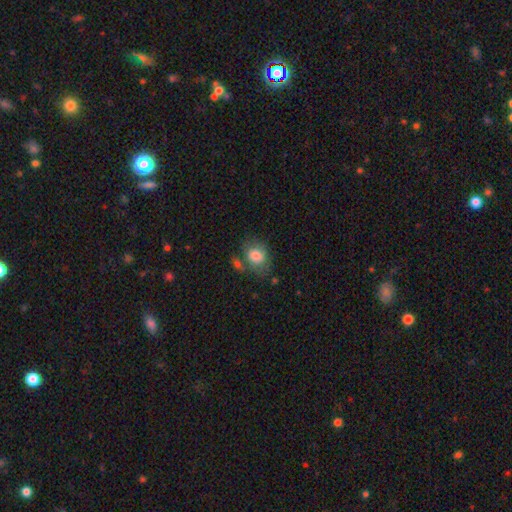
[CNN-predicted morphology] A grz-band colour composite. It shows a smooth galaxy with no disk features (79%) that is in between round and cigar-shaped (50%). Merging: none (53%).